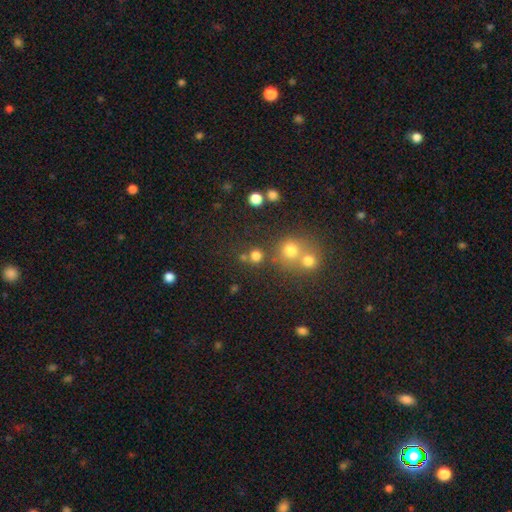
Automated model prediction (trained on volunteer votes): Smooth or featured?
  - smooth: 75% *
  - star or artifact: 18%
  - featured or disk: 7%
How rounded?
  - round: 90% *
  - in between: 9%
  - cigar-shaped: 1%
Merging?
  - none: 68% *
  - merger: 20%
  - minor disturbance: 8%
  - major disturbance: 4%